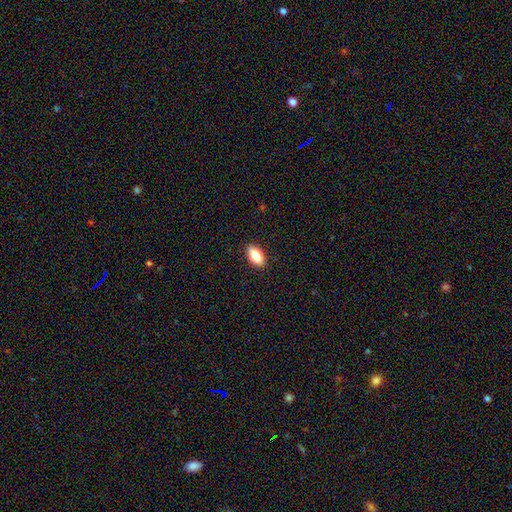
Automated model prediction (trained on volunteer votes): Morphology: type=smooth (84%); roundness=in between (93%); merging=none (90%).